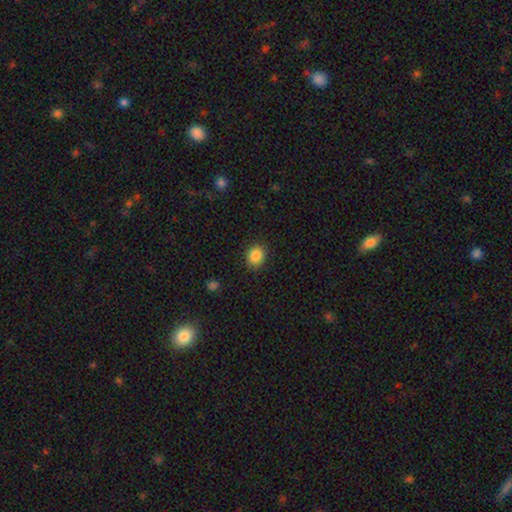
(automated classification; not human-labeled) This is clearly a smooth galaxy (86%). How rounded: likely round (77%). Merging: clearly none (88%).